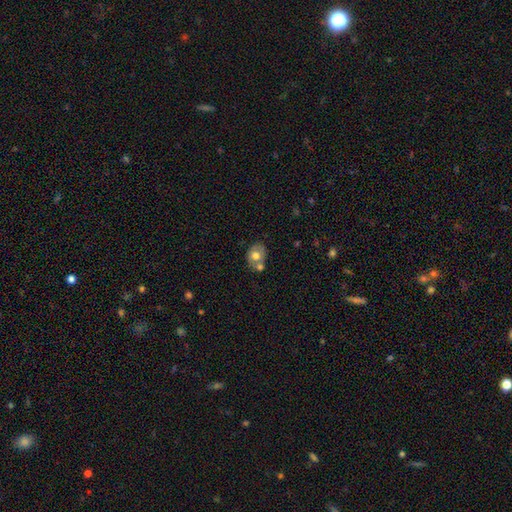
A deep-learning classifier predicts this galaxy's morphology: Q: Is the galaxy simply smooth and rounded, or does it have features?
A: smooth — 60%.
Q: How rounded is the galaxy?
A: in between — 58%.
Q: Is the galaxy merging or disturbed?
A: none — 45%.